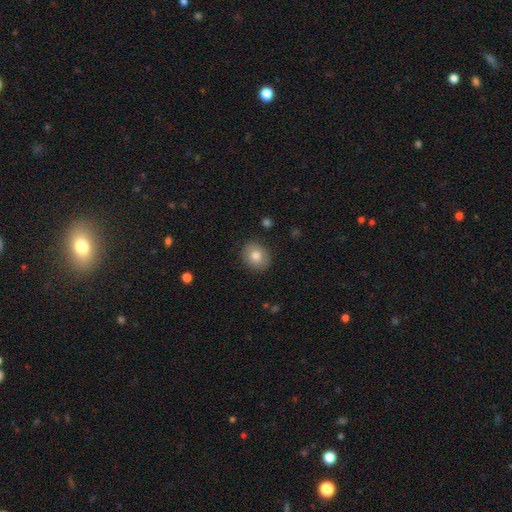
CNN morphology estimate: This appears to be a smooth galaxy with no disk features (80%) that is round (66%). Merging: none (88%).